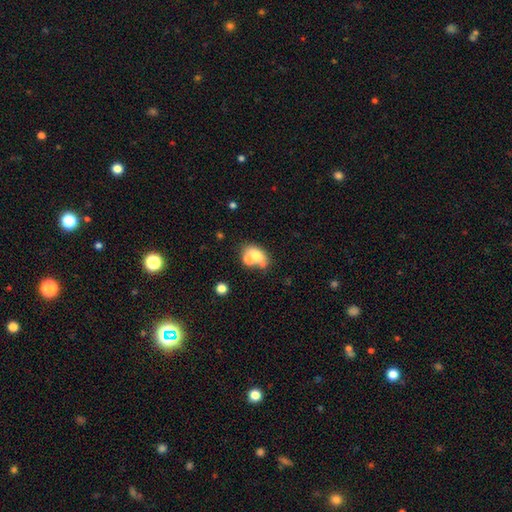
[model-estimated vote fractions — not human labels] This is likely a smooth galaxy (65%). How rounded: likely in between (74%). Merging: possibly merger (48%).